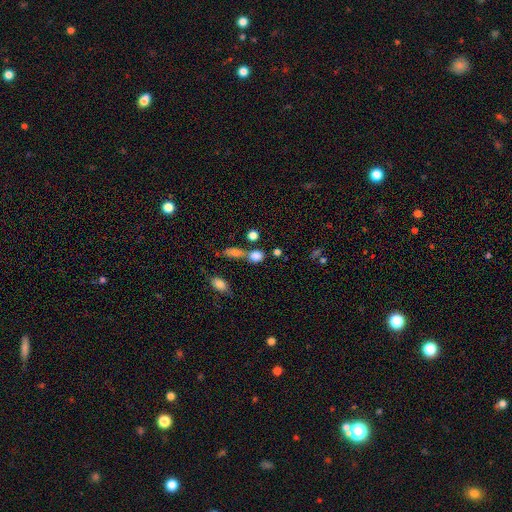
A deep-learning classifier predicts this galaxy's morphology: Smooth or featured? Predicted: smooth (p=0.81). How rounded? Predicted: round (p=0.59). Merging? Predicted: none (p=0.50).